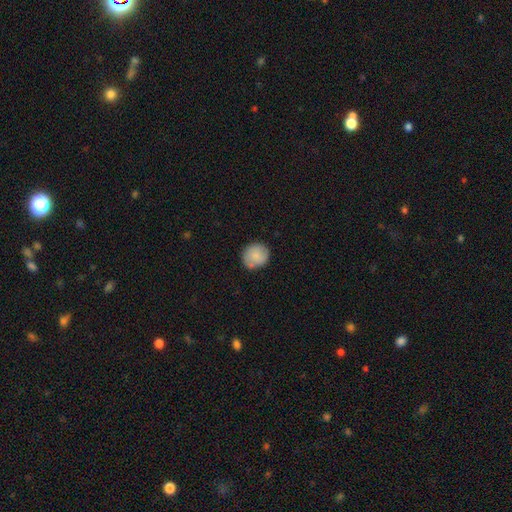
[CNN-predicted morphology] A smooth galaxy with no disk features (78%) that is round (87%). Merging: none (76%).